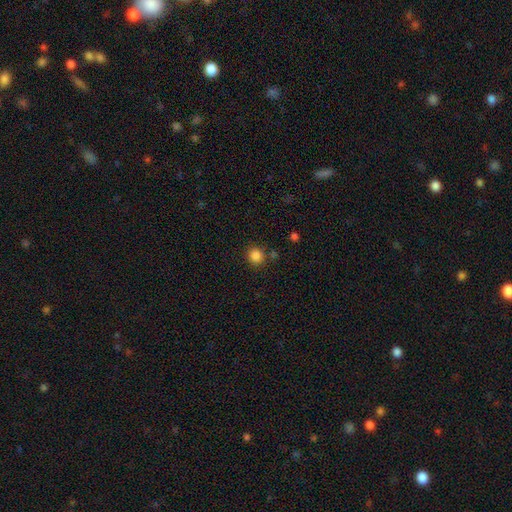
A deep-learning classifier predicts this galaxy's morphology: smooth 85%, star or artifact 11%, featured or disk 4%. Down the decision tree: how rounded — round (89%); merging — none (84%).